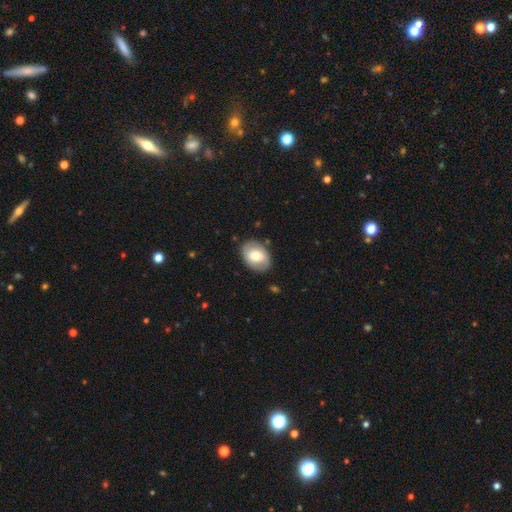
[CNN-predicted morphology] Smooth or featured?
  - smooth: 59% *
  - featured or disk: 35%
  - star or artifact: 6%
How rounded?
  - in between: 74% *
  - round: 25%
  - cigar-shaped: 1%
Merging?
  - none: 83% *
  - minor disturbance: 12%
  - major disturbance: 4%
  - merger: 1%